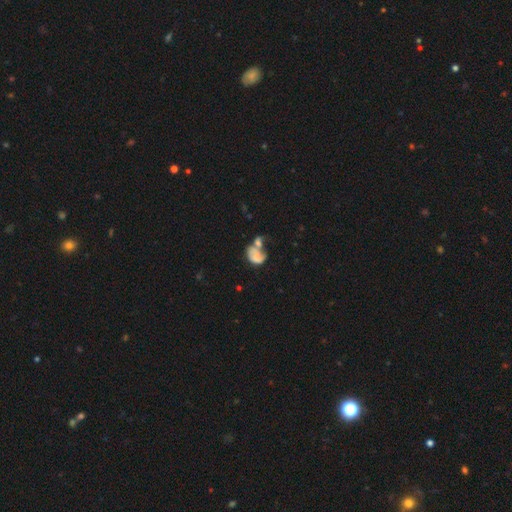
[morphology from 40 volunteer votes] A featured or disk galaxy (50%) with no bar (90%), 2 (80%) tight (40%) spiral arms (50%, tied with no) and a small central bulge (45%). Merging: merger (58%).